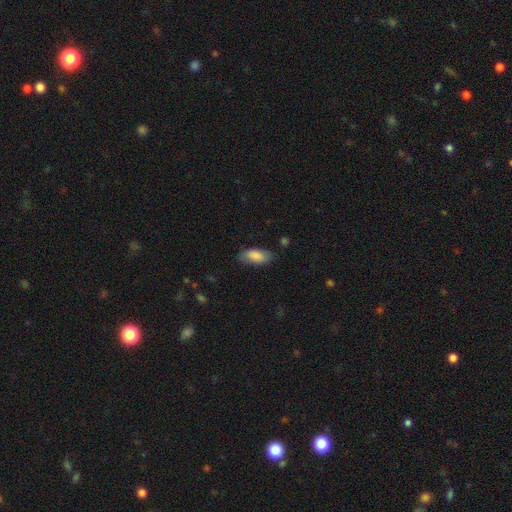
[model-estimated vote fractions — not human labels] Overall: smooth (86%). How rounded: in between (87%). Merging: none (76%).